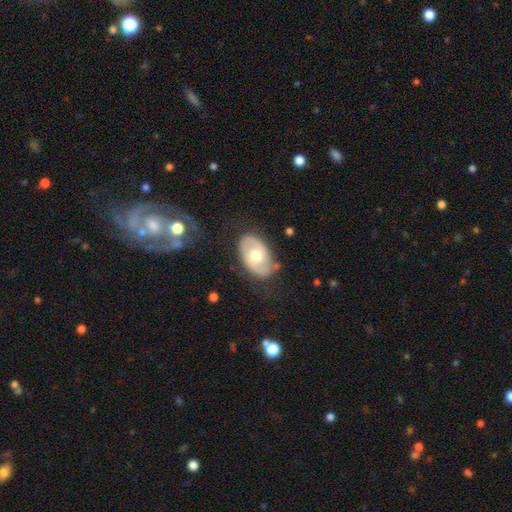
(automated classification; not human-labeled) Overall: featured or disk (52%; smooth 42%). Edge-on disk: no (92%). Merging: none (73%).